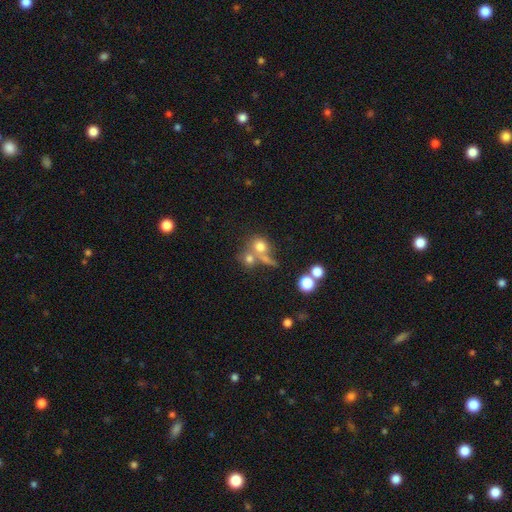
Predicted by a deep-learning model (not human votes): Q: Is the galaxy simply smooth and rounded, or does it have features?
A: smooth — 61%.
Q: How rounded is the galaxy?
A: round — 82%.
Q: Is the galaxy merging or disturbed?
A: merger — 45%.